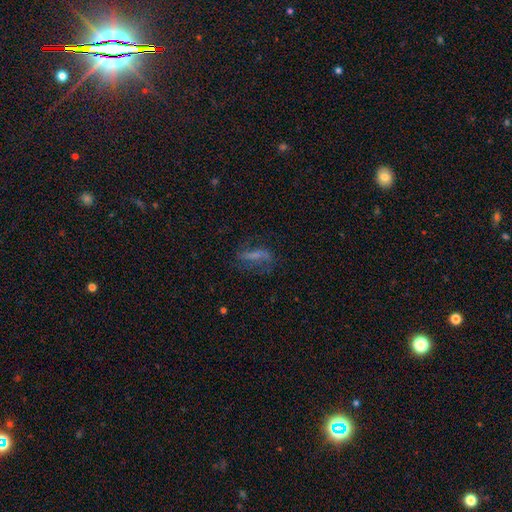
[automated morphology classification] Smooth or featured: featured or disk — 48% (smooth — 36%)
Merging: none — 51% (major disturbance — 25%)